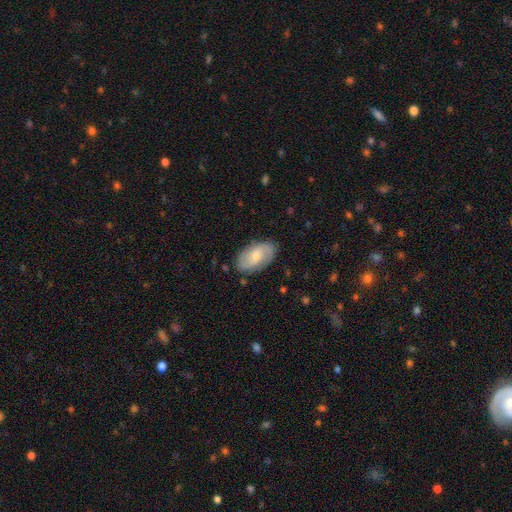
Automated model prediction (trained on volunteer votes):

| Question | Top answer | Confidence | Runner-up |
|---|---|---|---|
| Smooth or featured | featured or disk | 52% | smooth (42%) |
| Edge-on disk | no | 95% | yes (5%) |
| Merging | none | 80% | minor disturbance (15%) |